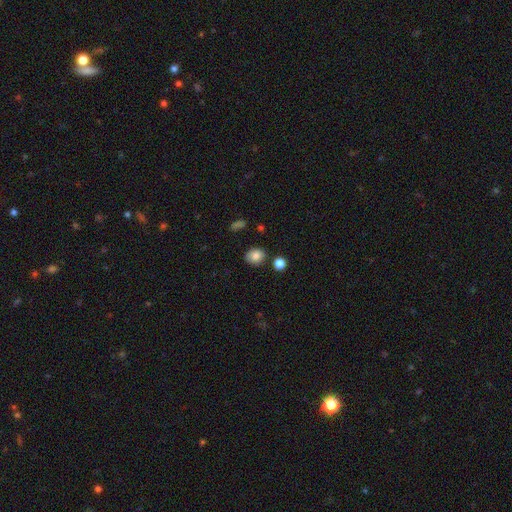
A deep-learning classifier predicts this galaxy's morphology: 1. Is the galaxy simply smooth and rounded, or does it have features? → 82% smooth, 10% star or artifact, 8% featured or disk.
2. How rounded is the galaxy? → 59% round, 40% in between, 1% cigar-shaped.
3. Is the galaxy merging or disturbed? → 77% none, 14% minor disturbance, 5% merger, 3% major disturbance.